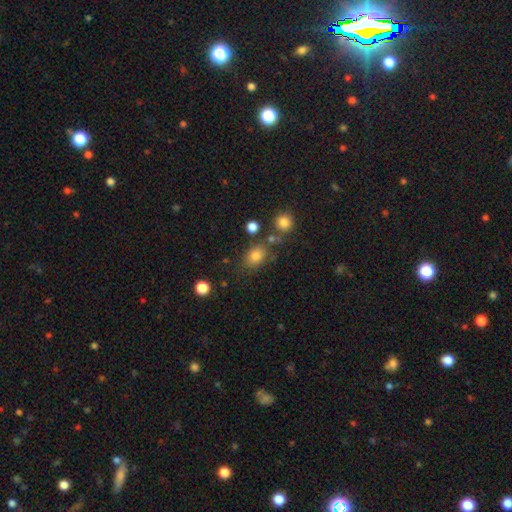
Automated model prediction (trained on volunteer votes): smooth-or-featured: smooth: 80% | star or artifact: 12% | featured or disk: 8%
  how-rounded: in between: 68% | round: 31% | cigar-shaped: 1%
  merging: none: 69% | minor disturbance: 15% | merger: 10% | major disturbance: 6%